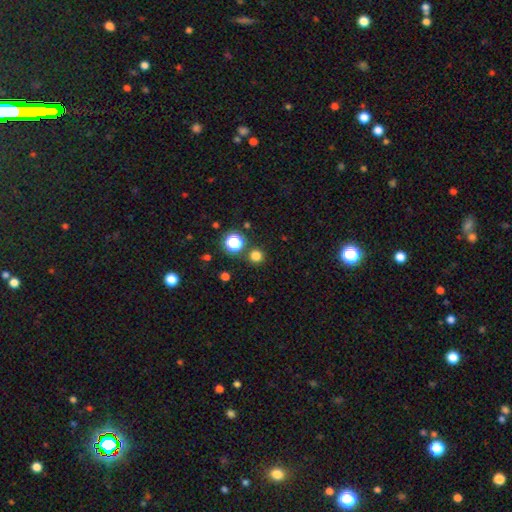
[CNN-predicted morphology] A smooth galaxy with no disk features (76%) that is round (95%).

Vote fractions:
- Smooth or featured? smooth: 76% / star or artifact: 20% / featured or disk: 4%
- How rounded? round: 95% / in between: 4% / cigar-shaped: 1%
- Merging? none: 87% / minor disturbance: 6% / merger: 5% / major disturbance: 3%